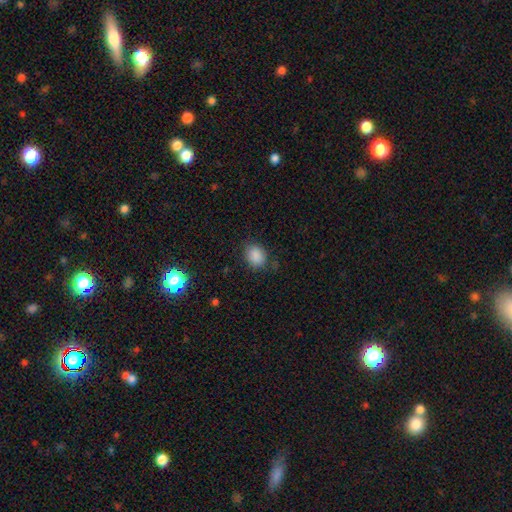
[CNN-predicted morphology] Smooth or featured? smooth (87%)
How rounded? round (53%)
Merging? none (79%)